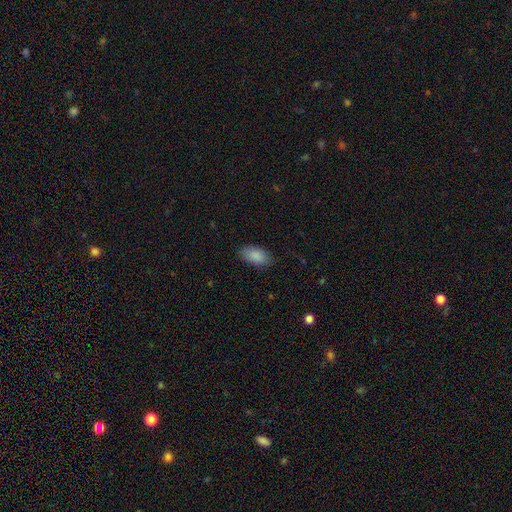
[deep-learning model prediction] Overall: smooth (89%). How rounded: in between (93%). Merging: none (83%).